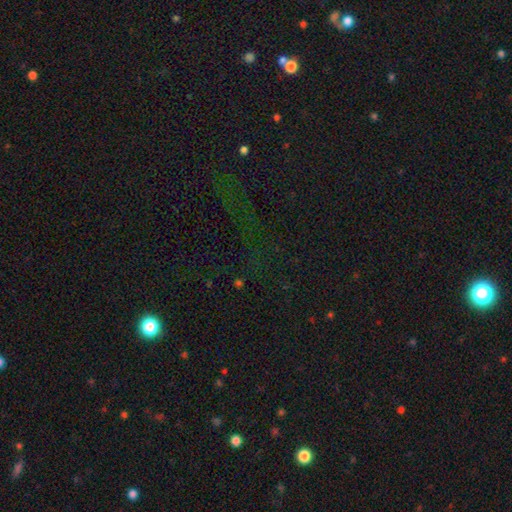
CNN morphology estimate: Smooth or featured? star or artifact (68%)